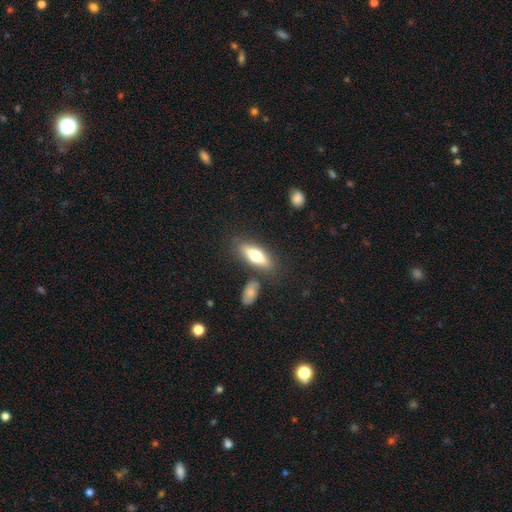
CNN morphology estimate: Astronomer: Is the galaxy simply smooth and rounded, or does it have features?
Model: smooth — 62%.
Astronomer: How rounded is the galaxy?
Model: in between — 60% (runner-up: cigar-shaped, 37%).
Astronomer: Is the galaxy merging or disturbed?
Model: none — 77%.